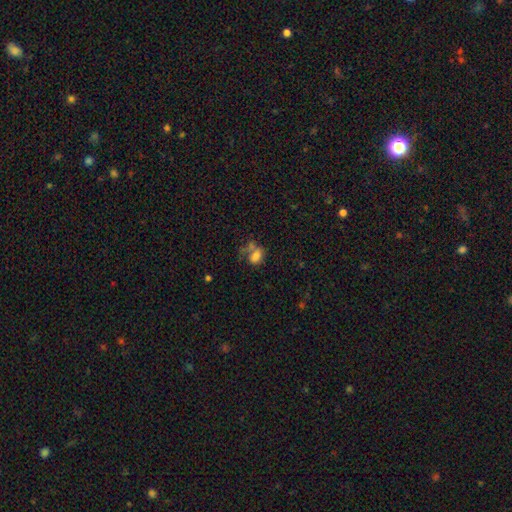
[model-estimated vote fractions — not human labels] smooth_or_featured: smooth (p=0.70) [alt: featured or disk p=0.17]
how_rounded: in between (p=0.73) [alt: round p=0.25]
merging: merger (p=0.31) [alt: none p=0.30]